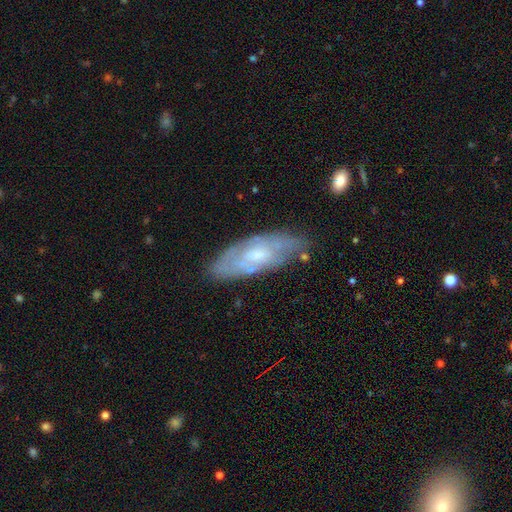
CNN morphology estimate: A featured or disk galaxy (60%).

Vote fractions:
- Smooth or featured? featured or disk: 60% / smooth: 33% / star or artifact: 7%
- Edge-on disk? no: 81% / yes: 19%
- Merging? none: 72% / minor disturbance: 20% / major disturbance: 5% / merger: 3%